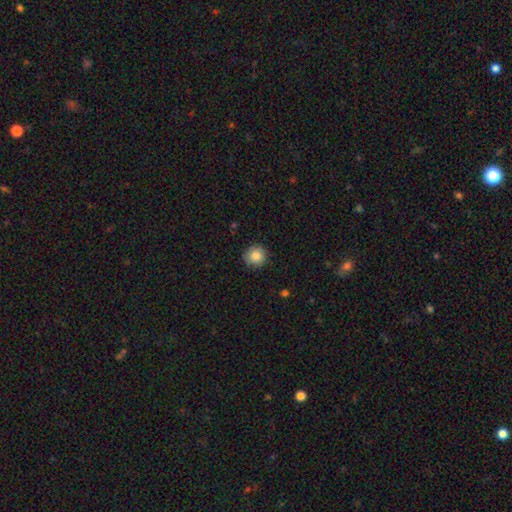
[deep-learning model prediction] smooth-or-featured: smooth: 85% | star or artifact: 9% | featured or disk: 6%
  how-rounded: round: 93% | in between: 6% | cigar-shaped: 1%
  merging: none: 86% | minor disturbance: 11% | major disturbance: 2% | merger: 1%